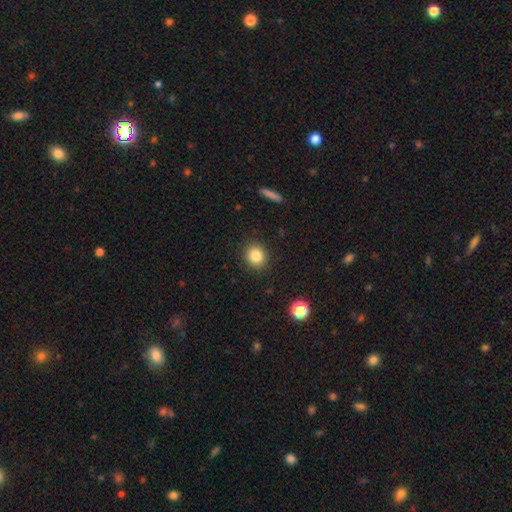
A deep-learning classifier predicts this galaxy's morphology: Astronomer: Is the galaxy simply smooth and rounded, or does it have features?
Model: smooth — 84%.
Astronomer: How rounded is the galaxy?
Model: round — 82%.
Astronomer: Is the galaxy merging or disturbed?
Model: none — 90%.